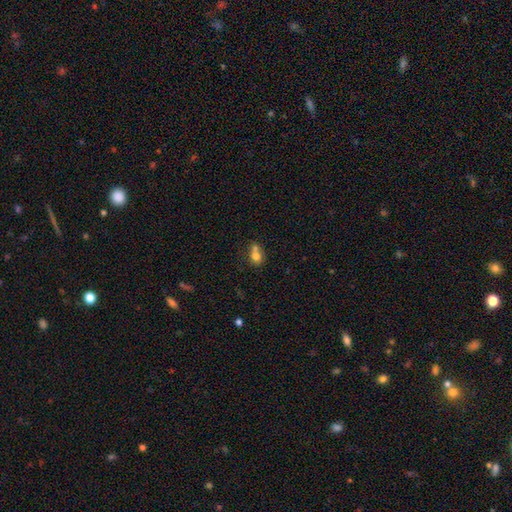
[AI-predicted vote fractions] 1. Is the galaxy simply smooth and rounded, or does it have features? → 74% smooth, 15% featured or disk, 12% star or artifact.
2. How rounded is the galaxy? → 58% round, 40% in between, 1% cigar-shaped.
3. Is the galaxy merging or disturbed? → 53% merger, 33% none, 10% minor disturbance, 4% major disturbance.